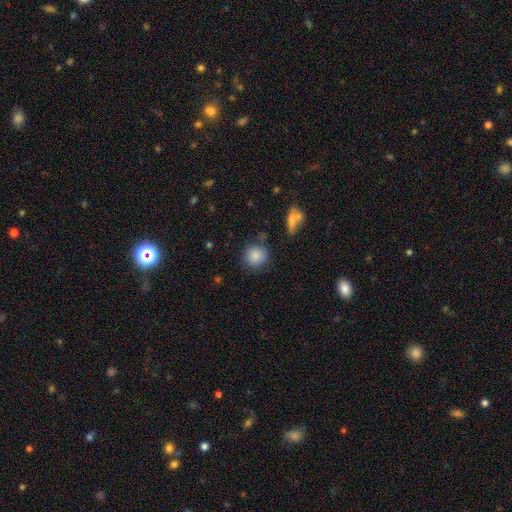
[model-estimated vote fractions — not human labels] Smooth or featured? smooth (86%)
How rounded? round (87%)
Merging? none (78%)